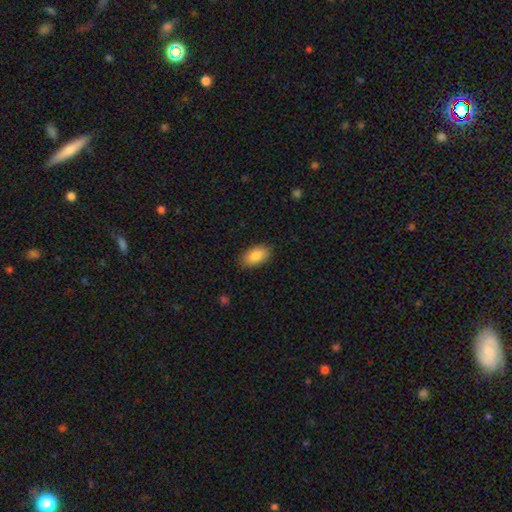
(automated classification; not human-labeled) Smooth or featured?
  - smooth: 87% *
  - featured or disk: 7%
  - star or artifact: 6%
How rounded?
  - in between: 94% *
  - round: 4%
  - cigar-shaped: 2%
Merging?
  - none: 87% *
  - minor disturbance: 10%
  - major disturbance: 2%
  - merger: 1%